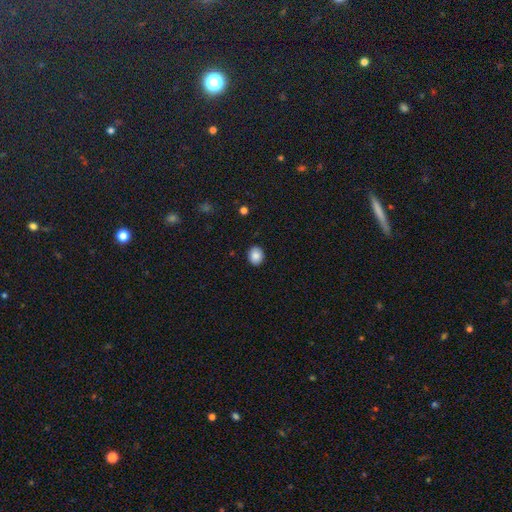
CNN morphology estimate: Q: Smooth or featured?
A: smooth (87%); runner-up: star or artifact (9%)
Q: How rounded?
A: round (59%); runner-up: in between (41%)
Q: Merging?
A: none (89%); runner-up: minor disturbance (8%)